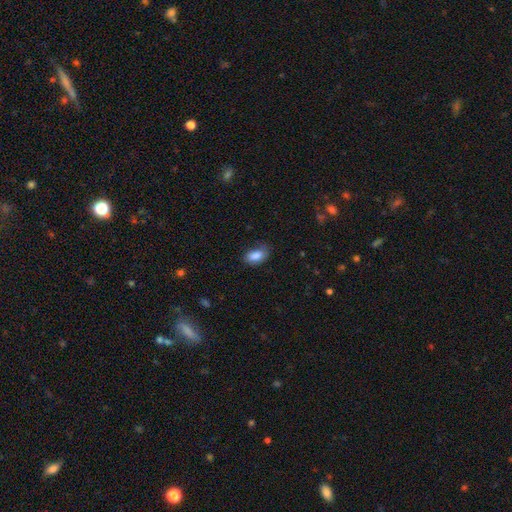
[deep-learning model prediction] smooth 85%, star or artifact 8%, featured or disk 7%. Down the decision tree: how rounded — in between (91%); merging — none (67%).